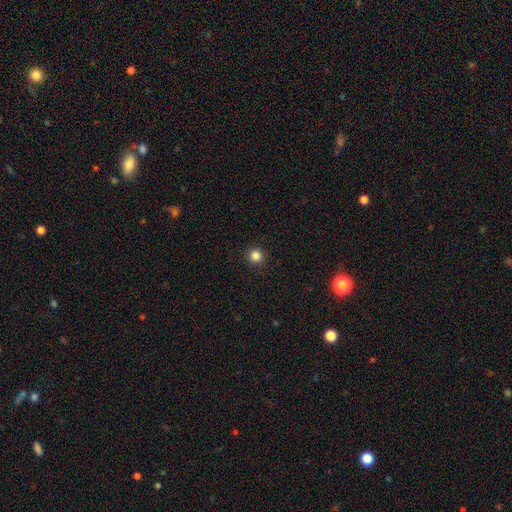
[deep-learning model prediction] Smooth or featured: smooth — 84% (star or artifact — 12%)
How rounded: round — 95% (in between — 4%)
Merging: none — 92% (minor disturbance — 5%)